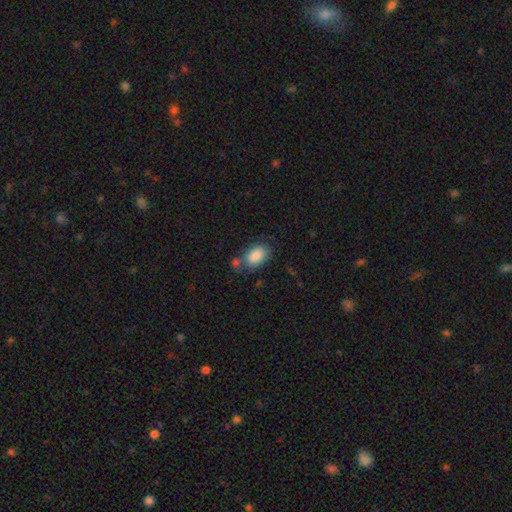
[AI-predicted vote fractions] Overall: smooth (87%). How rounded: in between (91%). Merging: none (60%).